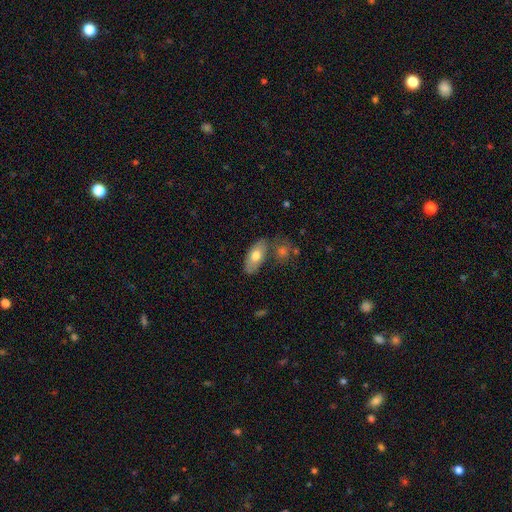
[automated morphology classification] Smooth or featured? smooth (70%)
How rounded? in between (88%)
Merging? none (67%)